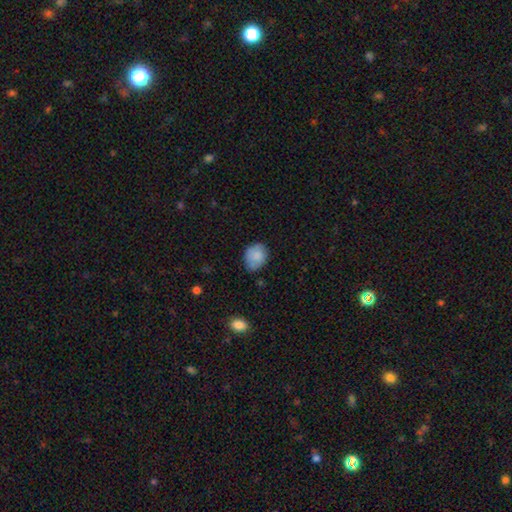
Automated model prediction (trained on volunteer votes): Smooth or featured? smooth (82%)
How rounded? in between (51%)
Merging? none (66%)